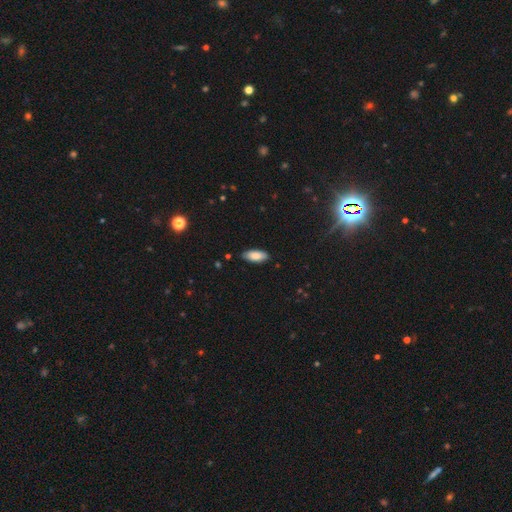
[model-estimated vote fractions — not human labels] Smooth or featured? Predicted: smooth (p=0.85). How rounded? Predicted: in between (p=0.83). Merging? Predicted: none (p=0.85).